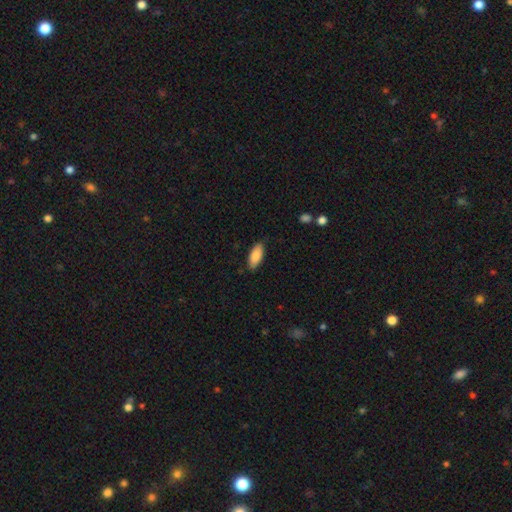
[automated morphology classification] smooth_or_featured: smooth (p=0.87) [alt: featured or disk p=0.07]
how_rounded: in between (p=0.86) [alt: cigar-shaped p=0.12]
merging: none (p=0.85) [alt: minor disturbance p=0.12]